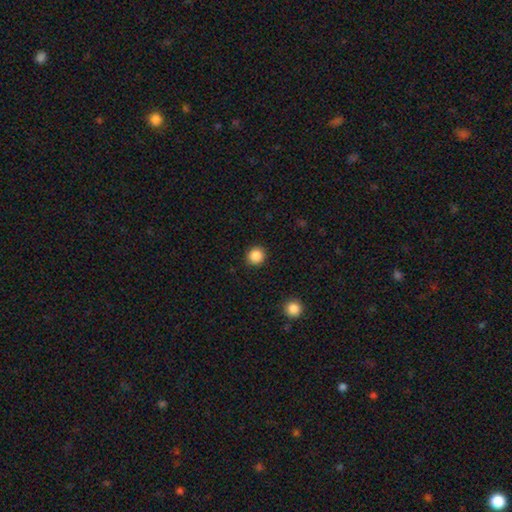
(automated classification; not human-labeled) Morphology: type=smooth (86%); roundness=round (92%); merging=none (91%).